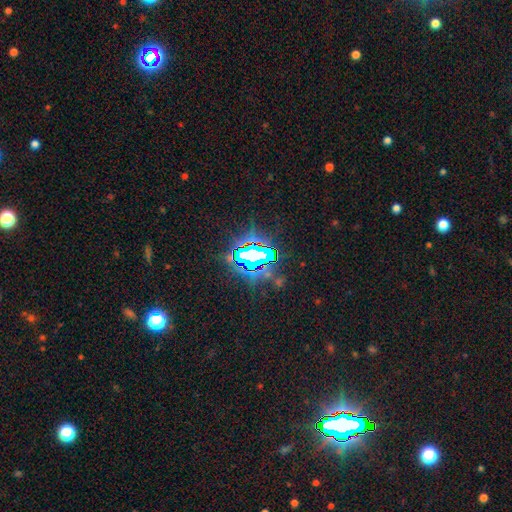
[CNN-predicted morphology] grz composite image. It shows a star or artifact, not a galaxy (74%).